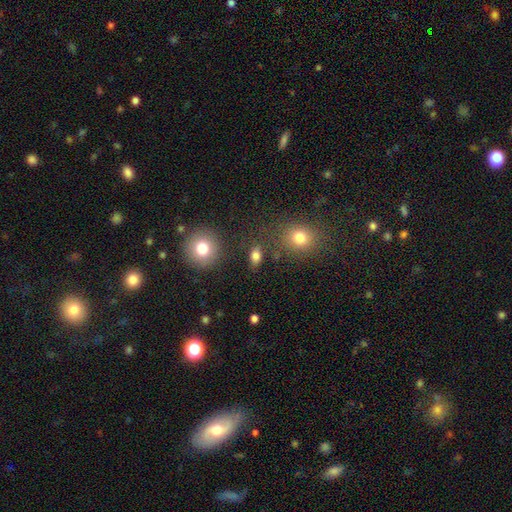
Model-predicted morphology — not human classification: The model was most divided on "how rounded": in between: 77%, round: 20%, cigar-shaped: 3%. More confident: smooth or featured — smooth (81%); merging — none (78%).